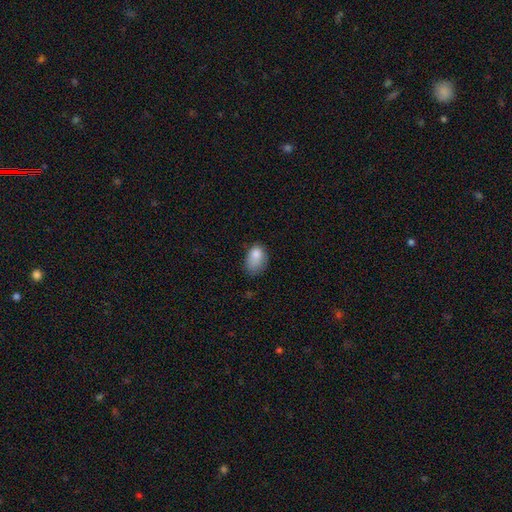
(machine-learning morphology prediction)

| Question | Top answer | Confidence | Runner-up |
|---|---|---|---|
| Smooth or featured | smooth | 82% | star or artifact (9%) |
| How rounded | in between | 83% | round (16%) |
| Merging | minor disturbance | 39% | tied: none (39%) |